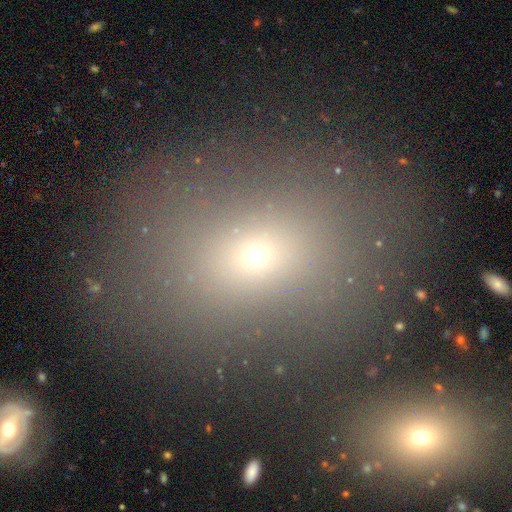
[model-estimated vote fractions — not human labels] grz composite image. It shows a smooth galaxy with no disk features (63%) that is in between round and cigar-shaped (72%). Merging: none (79%).